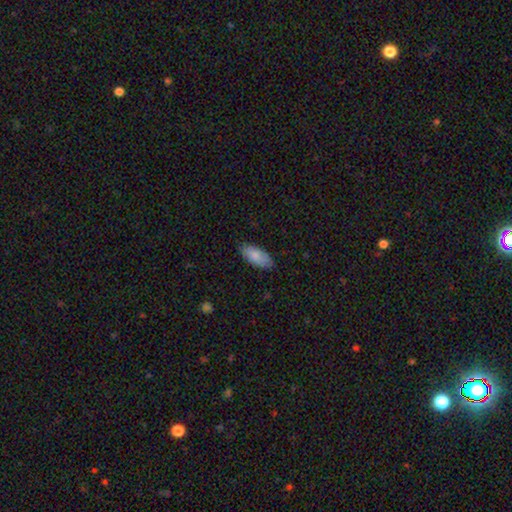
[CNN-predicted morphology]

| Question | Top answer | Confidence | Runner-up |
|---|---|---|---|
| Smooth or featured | smooth | 85% | featured or disk (10%) |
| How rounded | in between | 90% | cigar-shaped (8%) |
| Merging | none | 84% | minor disturbance (13%) |